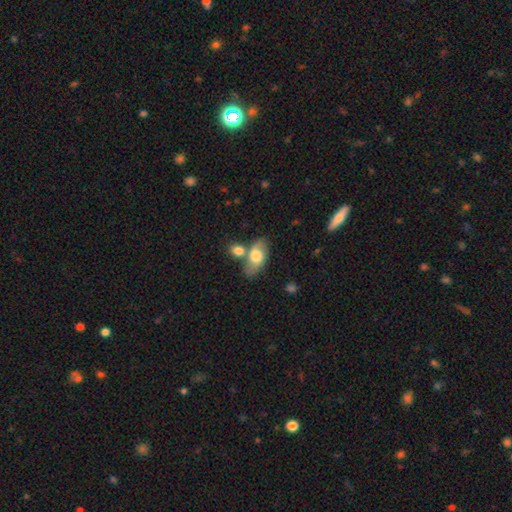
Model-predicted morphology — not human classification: The model was most divided on "merging": none: 53%, merger: 27%, minor disturbance: 15%, major disturbance: 5%. More confident: how rounded — in between (87%); smooth or featured — smooth (62%).